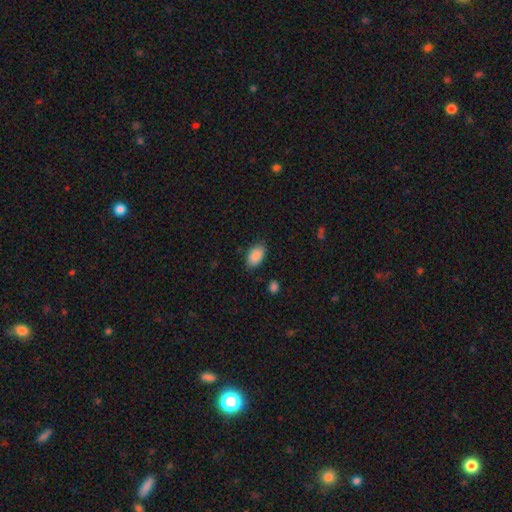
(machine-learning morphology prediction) Smooth or featured? smooth (89%)
How rounded? in between (93%)
Merging? none (84%)